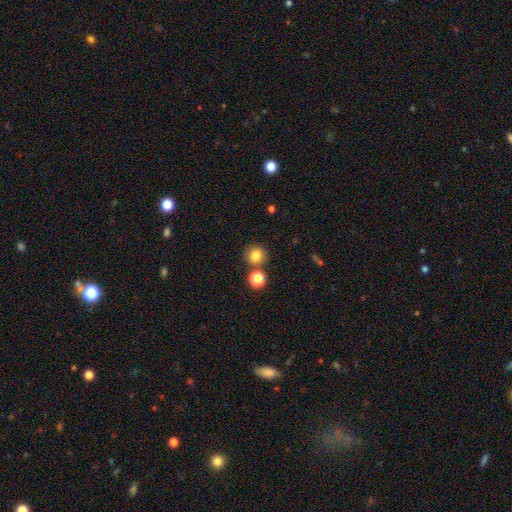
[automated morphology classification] smooth_or_featured: smooth (p=0.81) [alt: star or artifact p=0.13]
how_rounded: round (p=0.90) [alt: in between p=0.09]
merging: none (p=0.76) [alt: merger p=0.13]